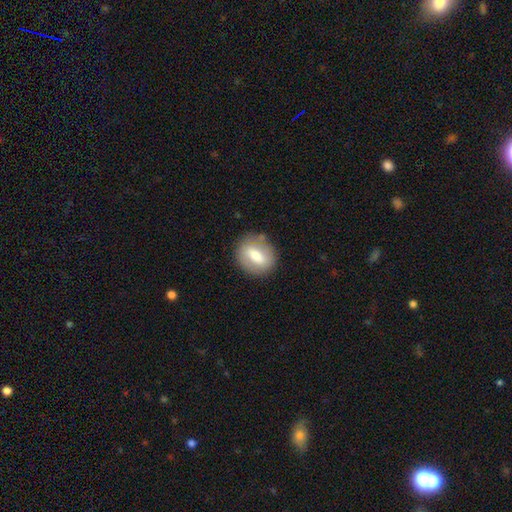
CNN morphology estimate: This is possibly a smooth galaxy (59%). How rounded: possibly round (50%). Merging: likely none (79%).